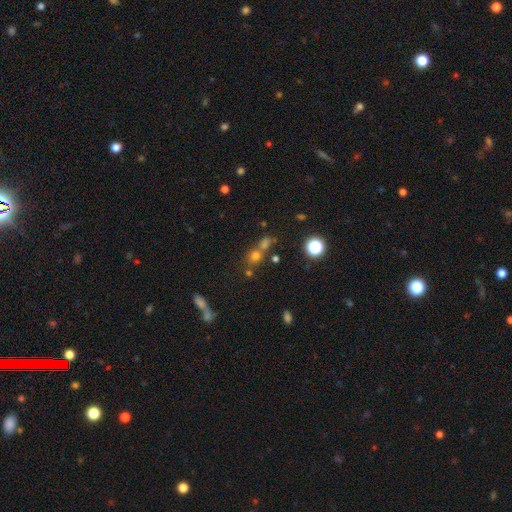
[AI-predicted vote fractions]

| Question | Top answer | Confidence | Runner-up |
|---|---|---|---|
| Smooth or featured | smooth | 58% | star or artifact (30%) |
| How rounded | round | 84% | in between (14%) |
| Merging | none | 51% | merger (38%) |